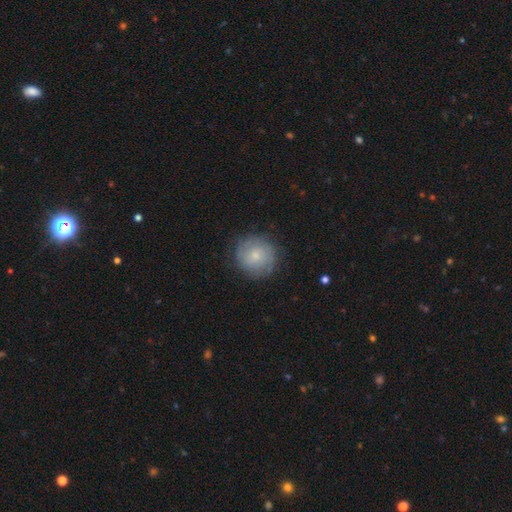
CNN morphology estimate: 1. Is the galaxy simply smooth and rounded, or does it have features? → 58% smooth, 34% featured or disk, 7% star or artifact.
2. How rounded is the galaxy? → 91% round, 8% in between, 1% cigar-shaped.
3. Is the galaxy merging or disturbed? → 81% none, 13% minor disturbance, 4% major disturbance, 1% merger.